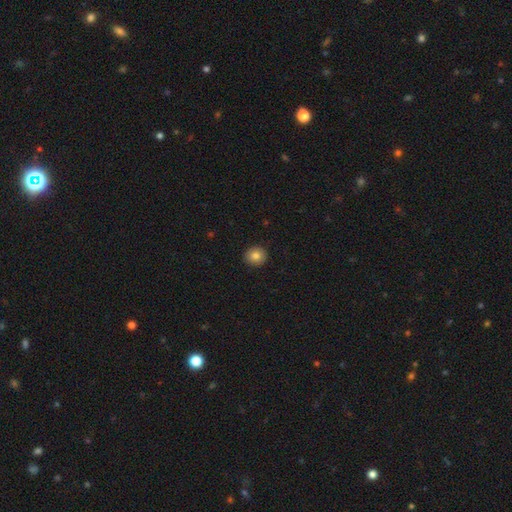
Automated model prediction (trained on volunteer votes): Smooth or featured?
  - smooth: 82% *
  - star or artifact: 9%
  - featured or disk: 8%
How rounded?
  - round: 86% *
  - in between: 13%
  - cigar-shaped: 1%
Merging?
  - none: 92% *
  - minor disturbance: 6%
  - major disturbance: 2%
  - merger: 1%